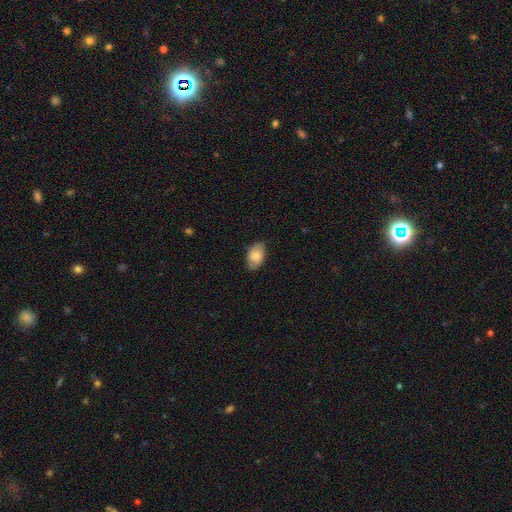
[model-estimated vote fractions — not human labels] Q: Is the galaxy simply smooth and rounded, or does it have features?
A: smooth — 79%.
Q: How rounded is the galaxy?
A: in between — 93%.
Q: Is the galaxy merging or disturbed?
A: none — 82%.